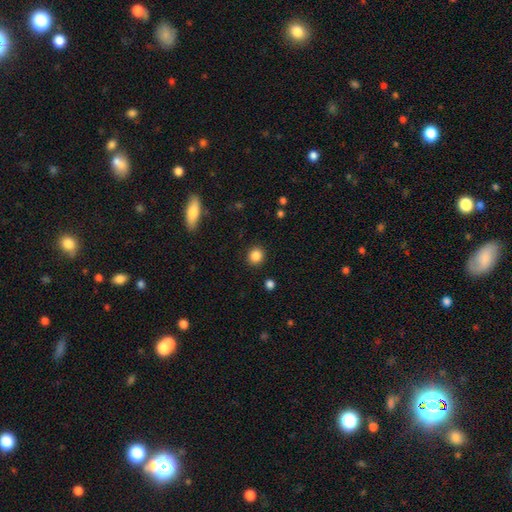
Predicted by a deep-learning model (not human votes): smooth_or_featured: smooth (p=0.86) [alt: star or artifact p=0.10]
how_rounded: round (p=0.83) [alt: in between p=0.16]
merging: none (p=0.90) [alt: minor disturbance p=0.06]